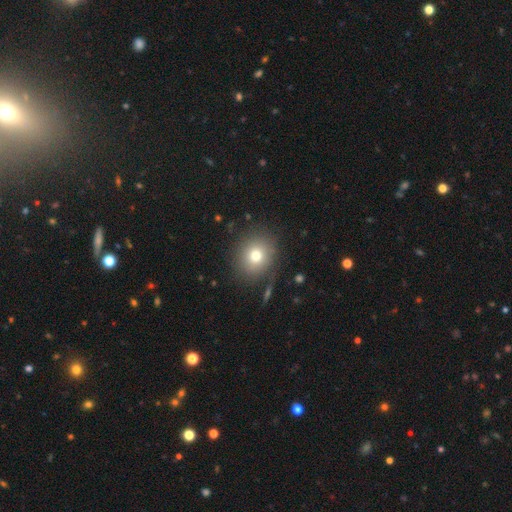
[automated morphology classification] Overall: smooth (75%). How rounded: round (76%). Merging: none (84%).